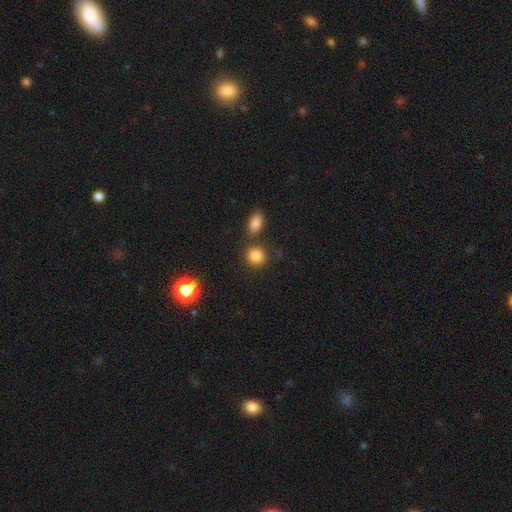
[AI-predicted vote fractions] Smooth or featured: smooth — 84% (star or artifact — 11%)
How rounded: round — 81% (in between — 18%)
Merging: none — 75% (merger — 12%)